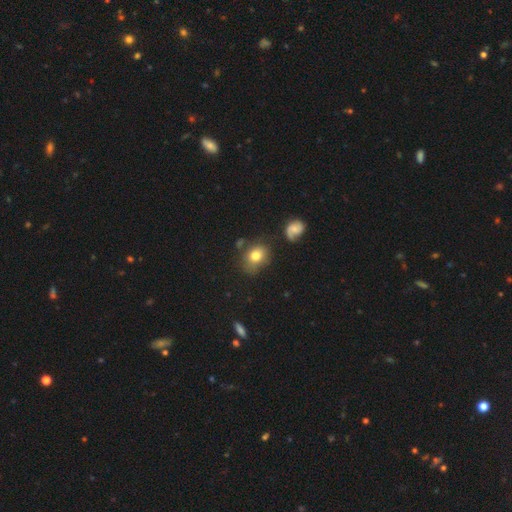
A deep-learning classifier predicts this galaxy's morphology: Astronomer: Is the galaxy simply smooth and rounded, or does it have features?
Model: smooth — 76%.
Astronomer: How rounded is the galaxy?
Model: round — 51% (runner-up: in between, 48%).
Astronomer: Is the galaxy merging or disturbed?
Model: none — 67%.